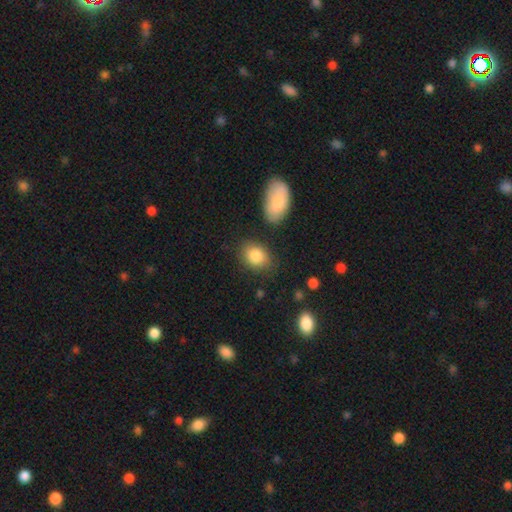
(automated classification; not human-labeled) A smooth galaxy with no disk features (85%) that is in between round and cigar-shaped (65%). Merging: none (78%).